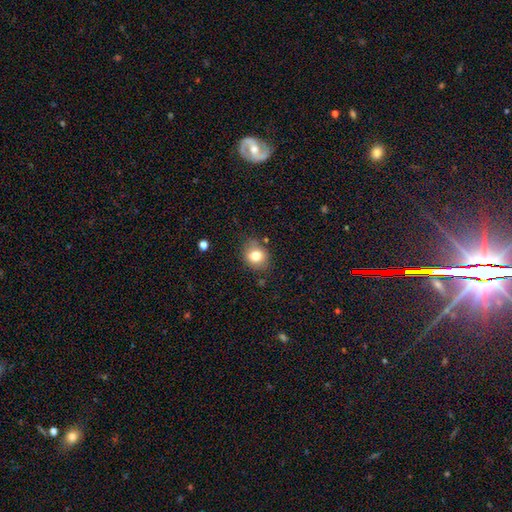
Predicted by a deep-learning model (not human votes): Q: Smooth or featured?
A: smooth (79%); runner-up: featured or disk (11%)
Q: How rounded?
A: round (60%); runner-up: in between (39%)
Q: Merging?
A: none (78%); runner-up: minor disturbance (16%)